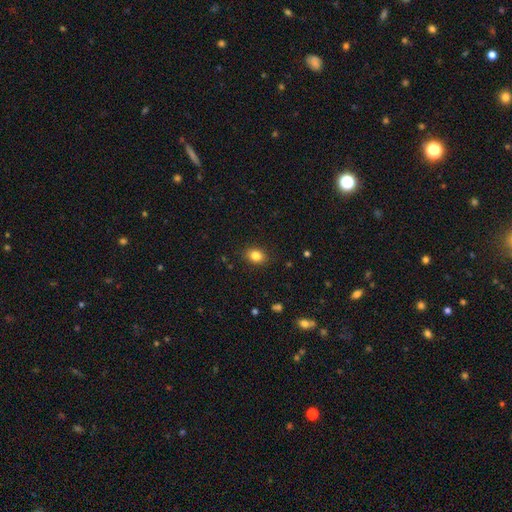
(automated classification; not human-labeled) Overall: smooth (84%). How rounded: in between (60%; round 39%). Merging: none (88%).